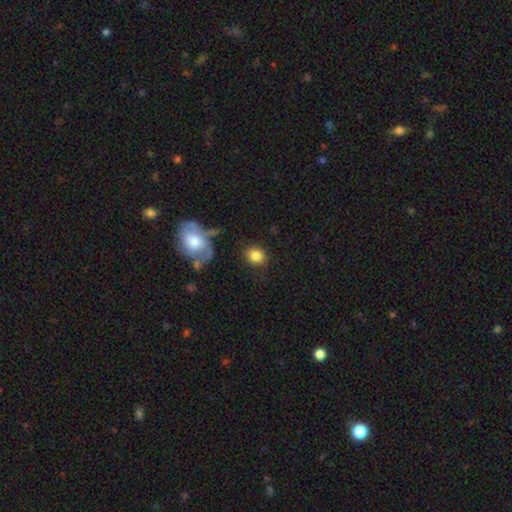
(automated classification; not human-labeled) A smooth galaxy with no disk features (83%) that is round (65%).

Vote fractions:
- Smooth or featured? smooth: 83% / featured or disk: 10% / star or artifact: 8%
- How rounded? round: 65% / in between: 34% / cigar-shaped: 1%
- Merging? none: 78% / minor disturbance: 13% / major disturbance: 5% / merger: 4%